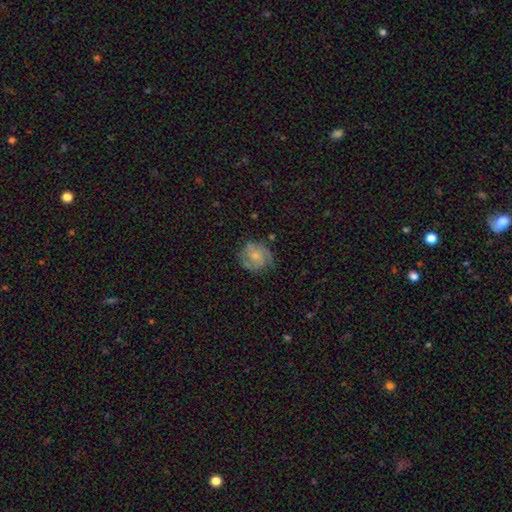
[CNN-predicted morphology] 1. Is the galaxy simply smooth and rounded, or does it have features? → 60% featured or disk, 32% smooth, 8% star or artifact.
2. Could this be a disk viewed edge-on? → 98% no, 2% yes.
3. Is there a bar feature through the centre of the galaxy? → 73% no, 23% weak, 4% strong.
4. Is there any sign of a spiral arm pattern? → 86% yes, 14% no.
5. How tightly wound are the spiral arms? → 43% tight, 42% medium, 15% loose.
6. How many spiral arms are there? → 43% 2, 26% can't tell, 18% 3, 5% 1, 5% 4, 4% more than 4.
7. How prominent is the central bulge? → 61% small, 28% moderate, 8% none, 2% large, 1% dominant.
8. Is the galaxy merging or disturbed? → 69% none, 21% minor disturbance, 8% major disturbance, 2% merger.